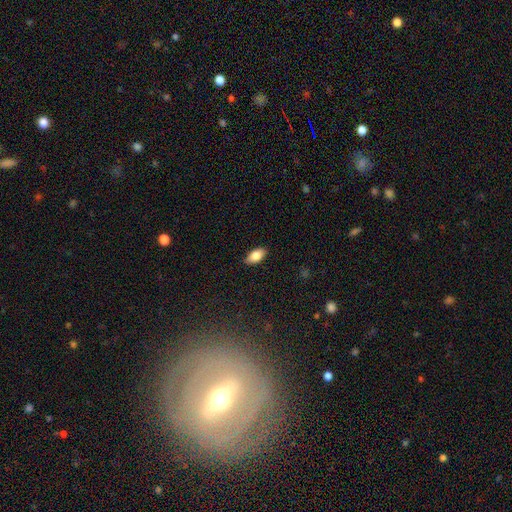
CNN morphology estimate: This appears to be a smooth galaxy with no disk features (82%) that is in between round and cigar-shaped (92%). Merging: none (88%).